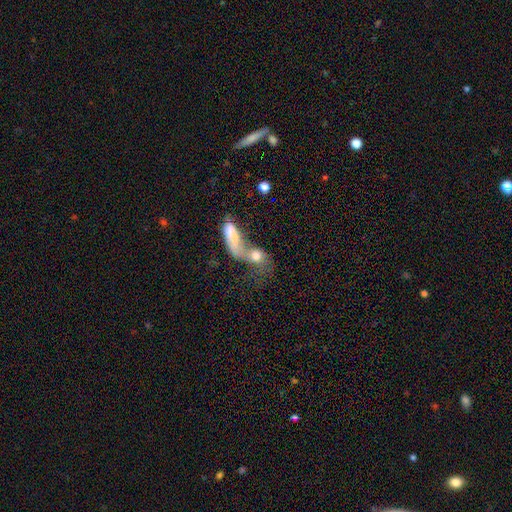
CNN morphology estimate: Smooth or featured: smooth — 63% (featured or disk — 27%)
How rounded: in between — 61% (round — 27%)
Merging: merger — 70% (major disturbance — 14%)